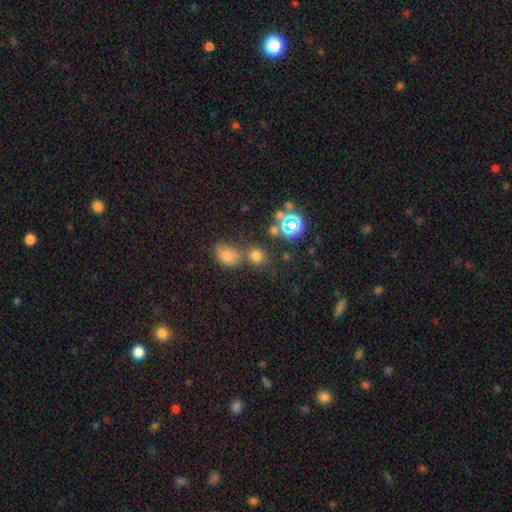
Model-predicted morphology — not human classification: The model was most divided on "merging": none: 59%, merger: 26%, minor disturbance: 10%, major disturbance: 4%. More confident: how rounded — round (67%); smooth or featured — smooth (65%).